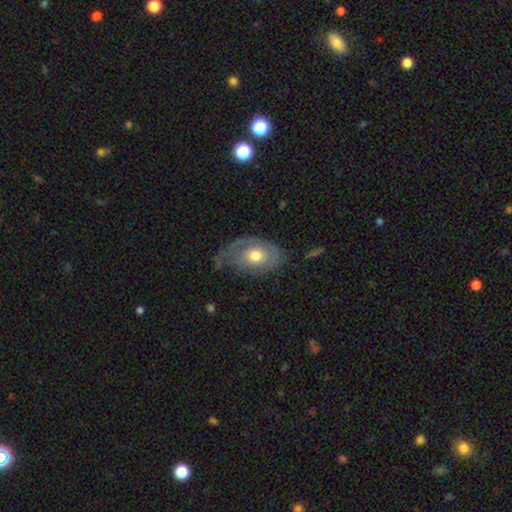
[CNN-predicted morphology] smooth_or_featured: smooth (p=0.55) [alt: featured or disk p=0.39]
how_rounded: in between (p=0.83) [alt: round p=0.15]
merging: none (p=0.37) [alt: minor disturbance p=0.34]